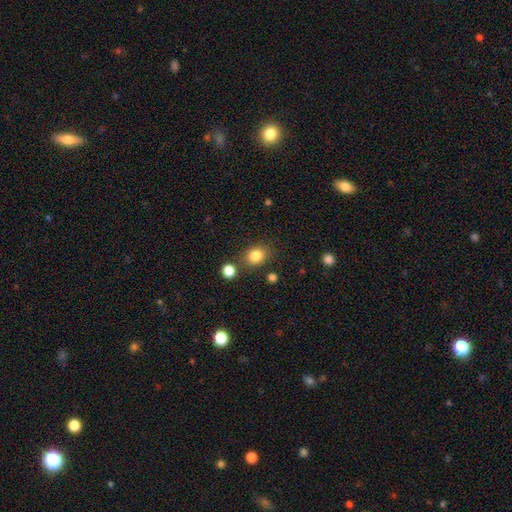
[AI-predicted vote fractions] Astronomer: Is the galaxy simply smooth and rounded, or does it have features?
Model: smooth — 83%.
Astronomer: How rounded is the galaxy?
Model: round — 61% (runner-up: in between, 38%).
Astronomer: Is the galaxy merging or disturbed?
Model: none — 79%.